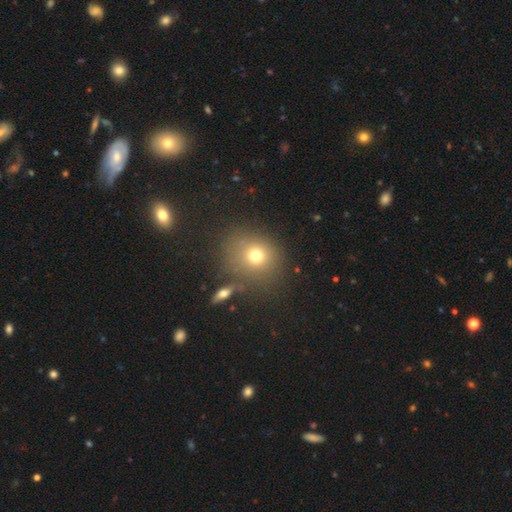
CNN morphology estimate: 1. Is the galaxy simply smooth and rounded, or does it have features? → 71% smooth, 17% star or artifact, 12% featured or disk.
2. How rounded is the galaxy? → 74% round, 25% in between, 1% cigar-shaped.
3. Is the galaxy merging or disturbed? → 73% none, 12% minor disturbance, 8% merger, 6% major disturbance.